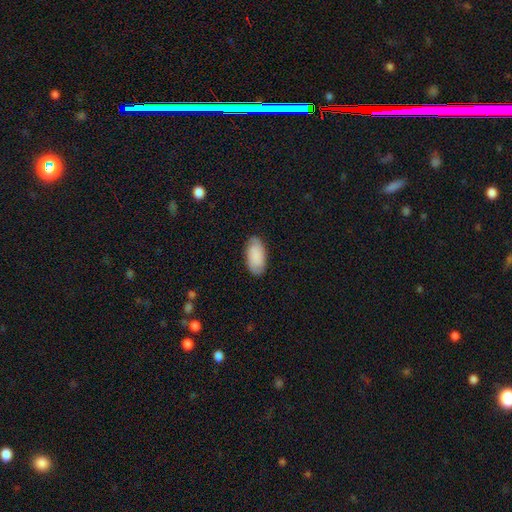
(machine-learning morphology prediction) A smooth galaxy with no disk features (71%) that is in between round and cigar-shaped (94%).

Vote fractions:
- Smooth or featured? smooth: 71% / featured or disk: 22% / star or artifact: 7%
- How rounded? in between: 94% / cigar-shaped: 3% / round: 2%
- Merging? none: 84% / minor disturbance: 12% / major disturbance: 3% / merger: 1%